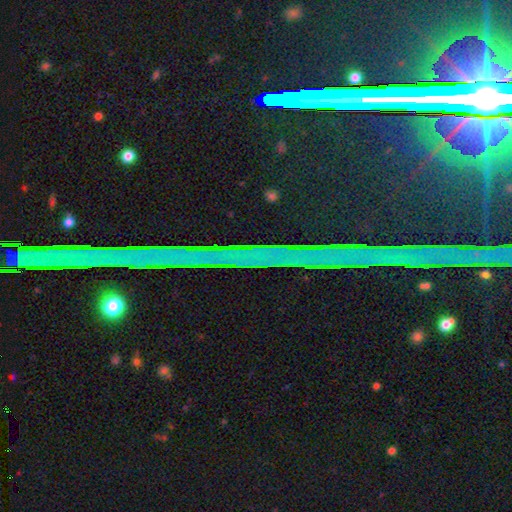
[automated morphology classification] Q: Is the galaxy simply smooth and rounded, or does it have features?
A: star or artifact — 82%.